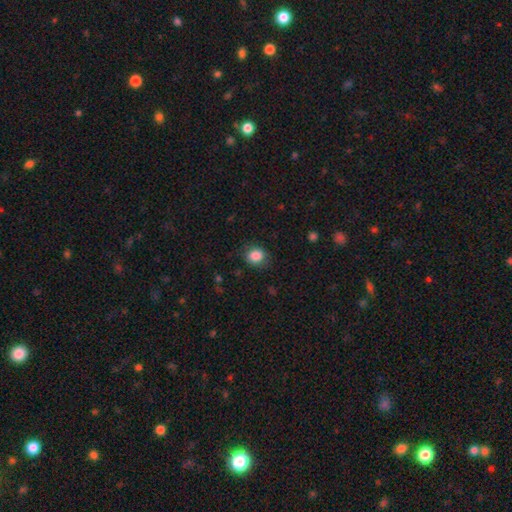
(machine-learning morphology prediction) Overall: smooth (87%). How rounded: round (71%). Merging: none (78%).